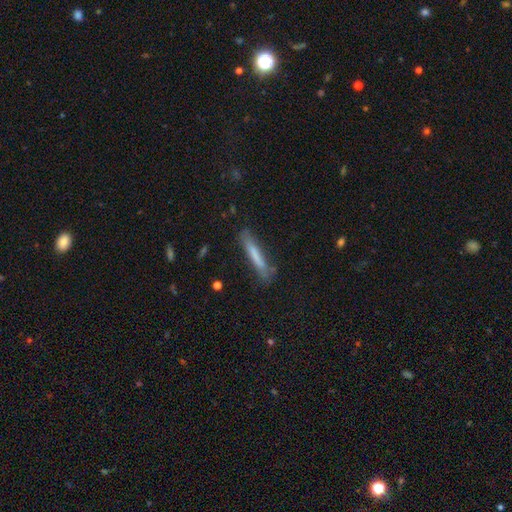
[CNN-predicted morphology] smooth 67%, featured or disk 26%, star or artifact 7%. Down the decision tree: how rounded — cigar-shaped (93%); merging — none (76%).